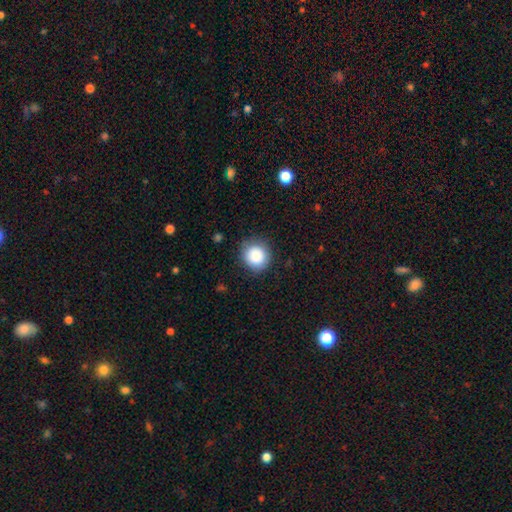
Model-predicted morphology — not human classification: A smooth galaxy with no disk features (87%) that is round (91%). Merging: none (85%).